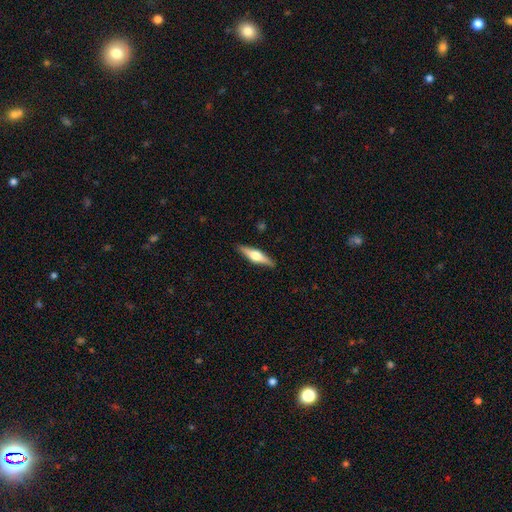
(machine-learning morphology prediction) A featured or disk galaxy (61%) viewed edge-on (96%) with a rounded central bulge (93%).

Vote fractions:
- Smooth or featured? featured or disk: 61% / smooth: 34% / star or artifact: 5%
- Edge-on disk? yes: 96% / no: 4%
- Edge-on bulge? rounded: 93% / boxy: 5% / none: 2%
- Merging? none: 89% / minor disturbance: 8% / major disturbance: 2% / merger: 1%